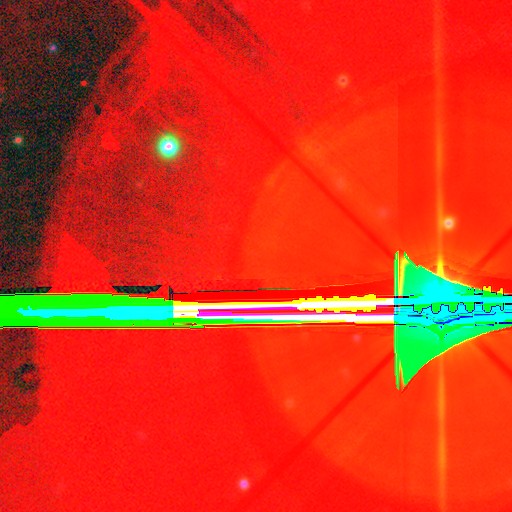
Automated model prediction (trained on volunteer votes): This is clearly a star or artifact rather than a galaxy (87%).